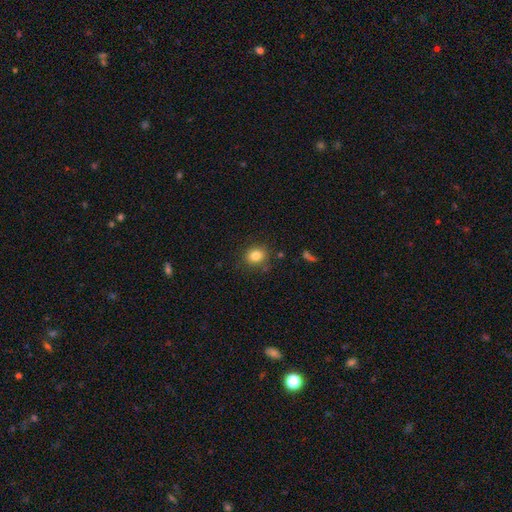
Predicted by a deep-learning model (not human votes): This is clearly a smooth galaxy (82%). How rounded: likely round (69%). Merging: clearly none (84%).